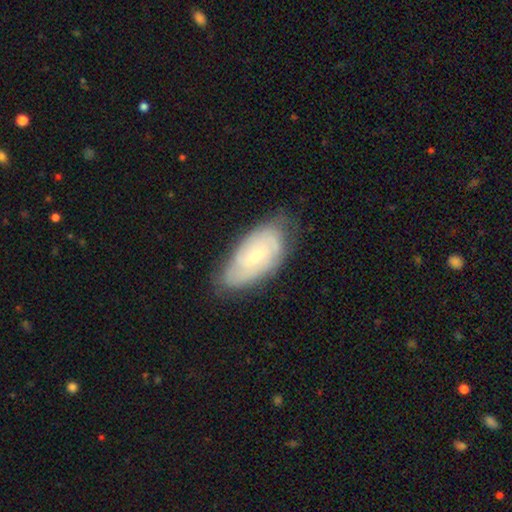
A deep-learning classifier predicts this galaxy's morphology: A featured or disk galaxy (64%) with no bar (50%), spiral arms (82%) and a small central bulge (58%). Merging: none (67%).